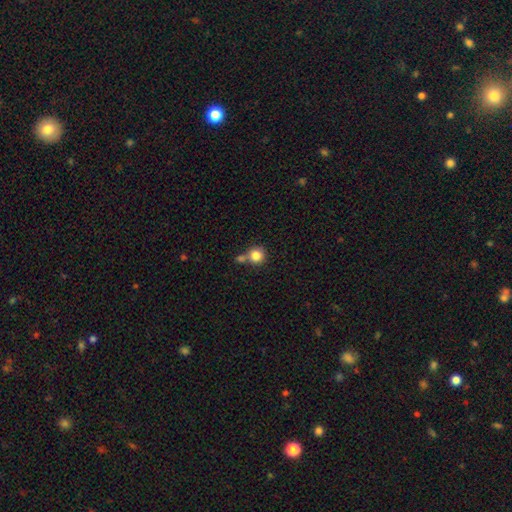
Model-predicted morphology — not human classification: Overall: smooth (83%). How rounded: round (92%). Merging: none (57%; merger 30%).